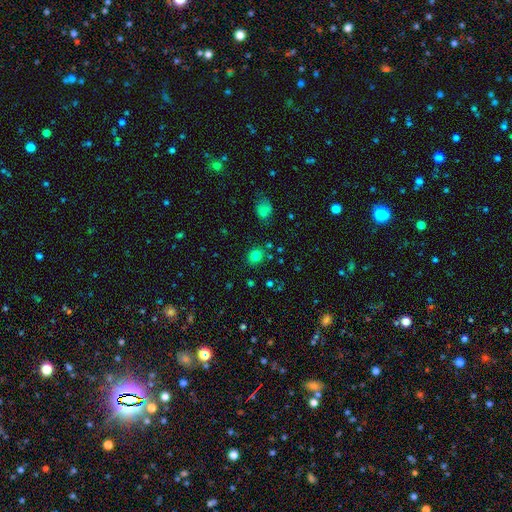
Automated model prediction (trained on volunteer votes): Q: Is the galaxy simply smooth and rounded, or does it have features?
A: smooth — 80%.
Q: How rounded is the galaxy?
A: round — 76%.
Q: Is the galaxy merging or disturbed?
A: none — 83%.